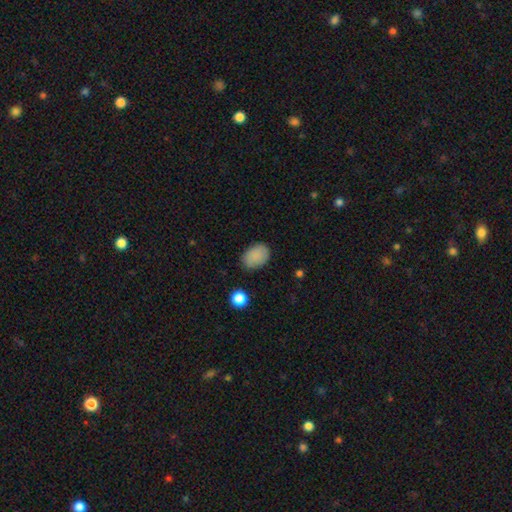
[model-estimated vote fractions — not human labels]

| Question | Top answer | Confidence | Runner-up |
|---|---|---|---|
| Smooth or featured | smooth | 86% | star or artifact (8%) |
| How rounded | in between | 78% | round (21%) |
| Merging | none | 83% | minor disturbance (13%) |